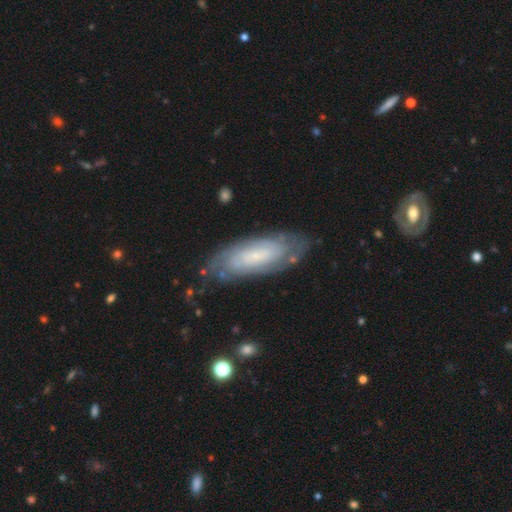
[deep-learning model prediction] Q: Smooth or featured?
A: featured or disk (67%); runner-up: smooth (26%)
Q: Edge-on disk?
A: no (86%); runner-up: yes (14%)
Q: Bar?
A: no (61%); runner-up: weak (31%)
Q: Spiral arms?
A: yes (87%); runner-up: no (13%)
Q: Bulge size?
A: small (67%); runner-up: moderate (17%)
Q: Merging?
A: none (75%); runner-up: minor disturbance (18%)